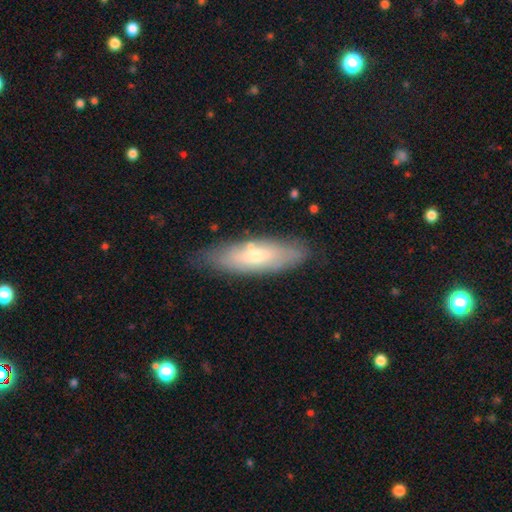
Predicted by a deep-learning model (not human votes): Overall: smooth (55%; featured or disk 38%). How rounded: in between (53%; cigar-shaped 45%). Merging: none (78%).